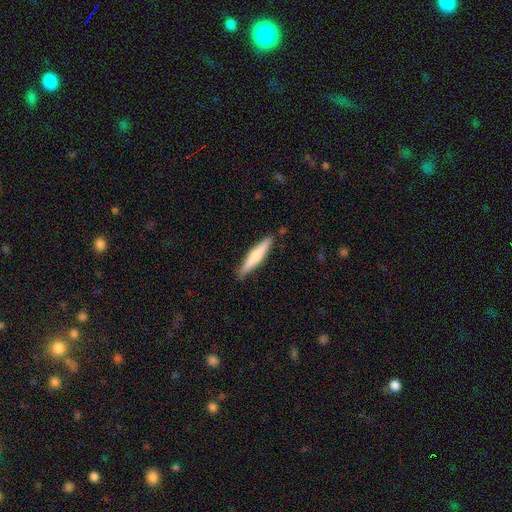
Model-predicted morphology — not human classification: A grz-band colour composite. It shows a smooth galaxy with no disk features (59%) that is cigar-shaped (88%). Merging: none (87%).